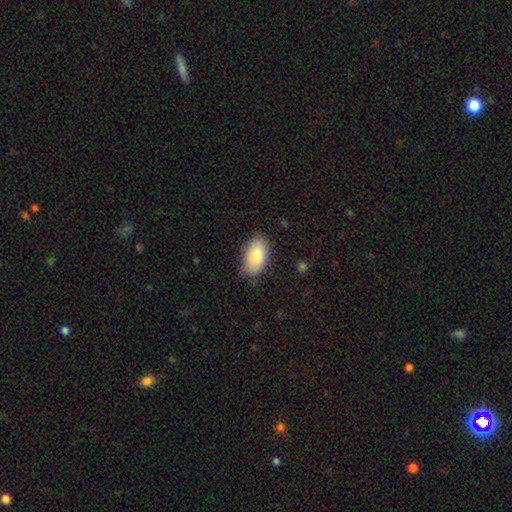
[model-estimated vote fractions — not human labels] Smooth or featured? smooth (84%)
How rounded? in between (94%)
Merging? none (78%)